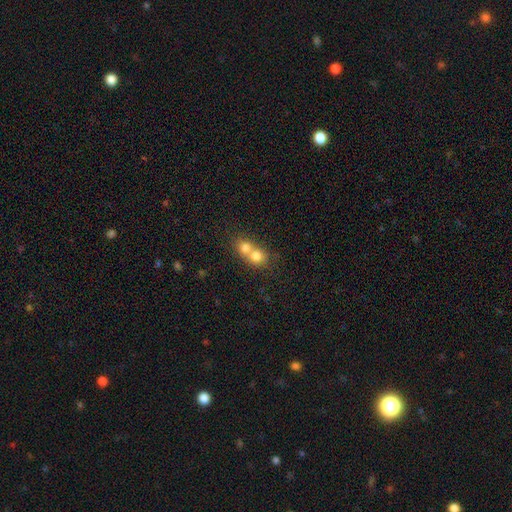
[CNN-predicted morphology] This appears to be a smooth galaxy with no disk features (74%) that is round (73%). Merging: merger (72%).